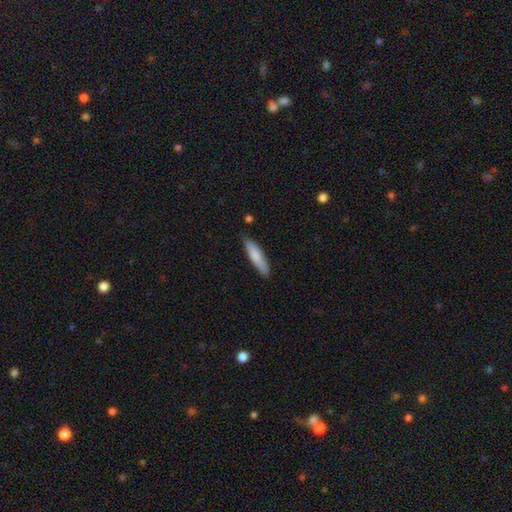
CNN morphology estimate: Smooth or featured? Predicted: smooth (p=0.79). How rounded? Predicted: cigar-shaped (p=0.78). Merging? Predicted: none (p=0.83).